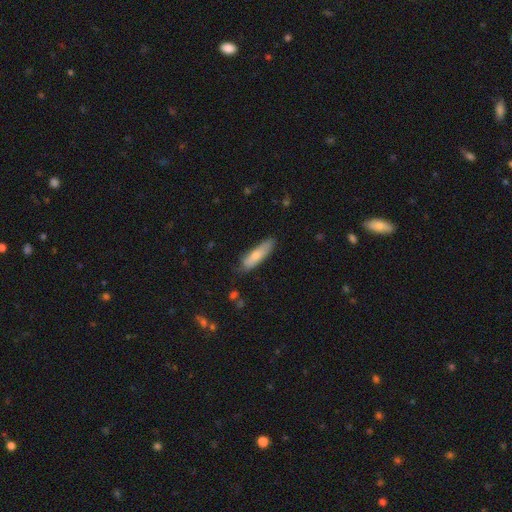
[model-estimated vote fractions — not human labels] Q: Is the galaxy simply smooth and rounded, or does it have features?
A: smooth — 73%.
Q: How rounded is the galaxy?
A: cigar-shaped — 66%.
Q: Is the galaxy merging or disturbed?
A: none — 74%.